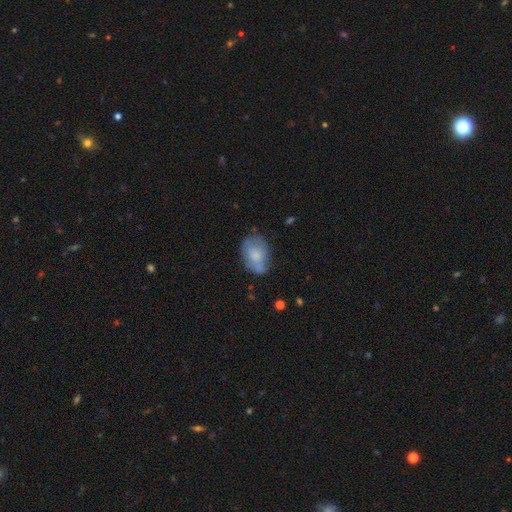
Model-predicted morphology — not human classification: smooth 62%, featured or disk 31%, star or artifact 7%. Down the decision tree: how rounded — in between (81%); merging — none (53%).